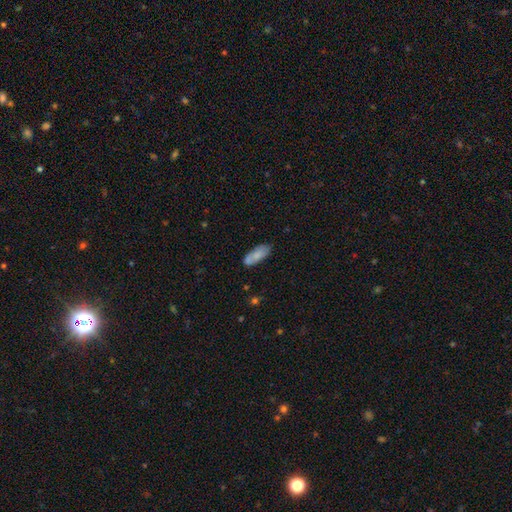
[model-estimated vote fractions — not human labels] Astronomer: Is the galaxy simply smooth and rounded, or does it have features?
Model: smooth — 78%.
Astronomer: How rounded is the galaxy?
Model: in between — 76%.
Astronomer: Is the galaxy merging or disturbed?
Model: none — 72%.